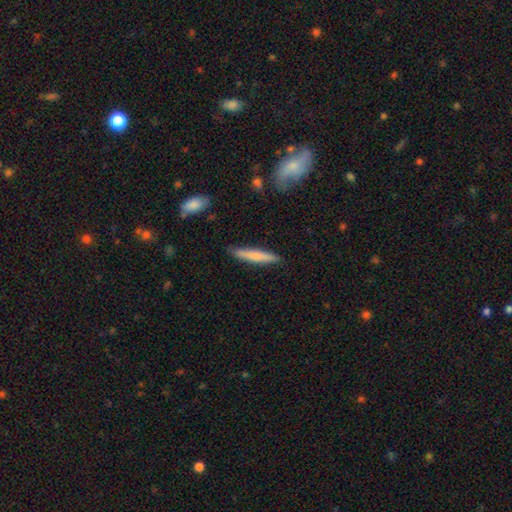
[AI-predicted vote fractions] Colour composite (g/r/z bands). It shows a smooth galaxy with no disk features (70%) that is cigar-shaped (92%). Merging: none (87%).